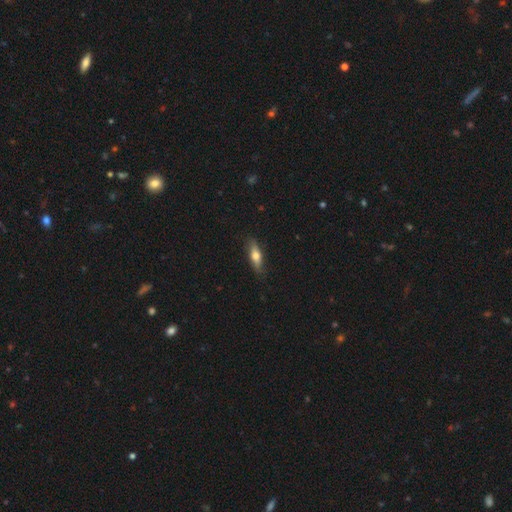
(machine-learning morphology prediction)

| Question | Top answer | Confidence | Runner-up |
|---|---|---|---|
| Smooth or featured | smooth | 61% | featured or disk (33%) |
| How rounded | cigar-shaped | 53% | in between (44%) |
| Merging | none | 83% | minor disturbance (13%) |